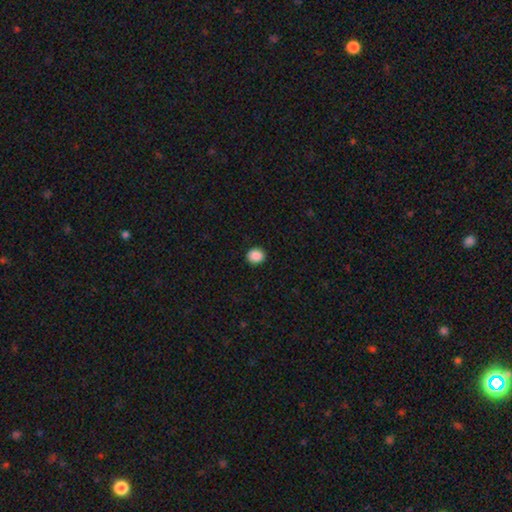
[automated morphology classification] Smooth or featured? smooth (89%)
How rounded? round (71%)
Merging? none (92%)